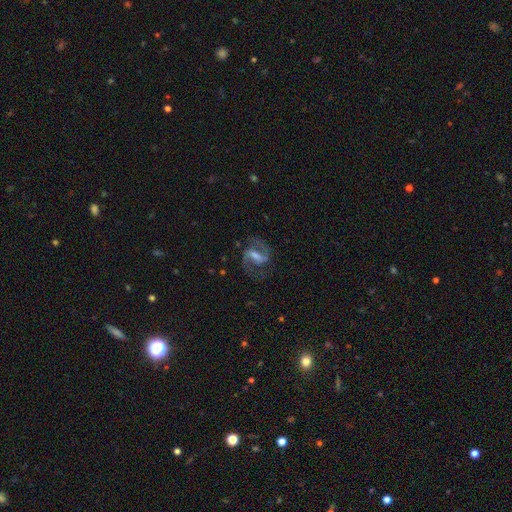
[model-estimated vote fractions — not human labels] featured or disk 85%, smooth 9%, star or artifact 6%. Down the decision tree: edge-on disk — no (97%); bar — strong (52%); spiral arms — yes (95%); spiral arm count — 2 (92%); spiral winding — medium (59%); bulge size — moderate (37%); merging — none (74%).